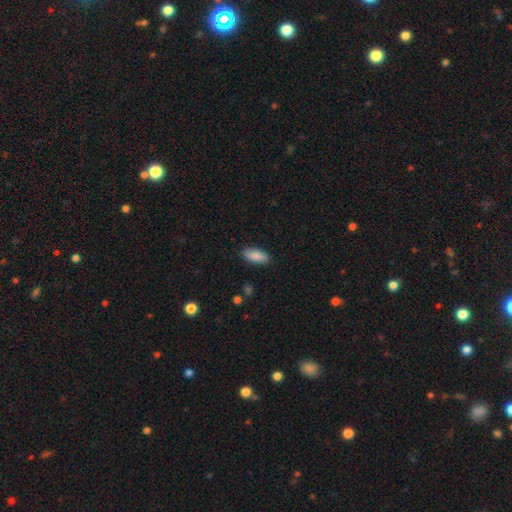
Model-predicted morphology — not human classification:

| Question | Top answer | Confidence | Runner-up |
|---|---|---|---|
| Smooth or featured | smooth | 88% | star or artifact (6%) |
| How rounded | in between | 84% | cigar-shaped (14%) |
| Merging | none | 87% | minor disturbance (10%) |